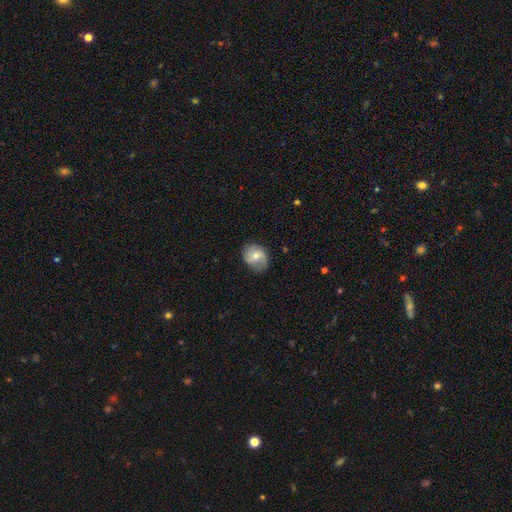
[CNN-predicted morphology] This is possibly a featured or disk galaxy (50%). It is clearly not viewed edge-on (97%). Merging: likely none (73%).